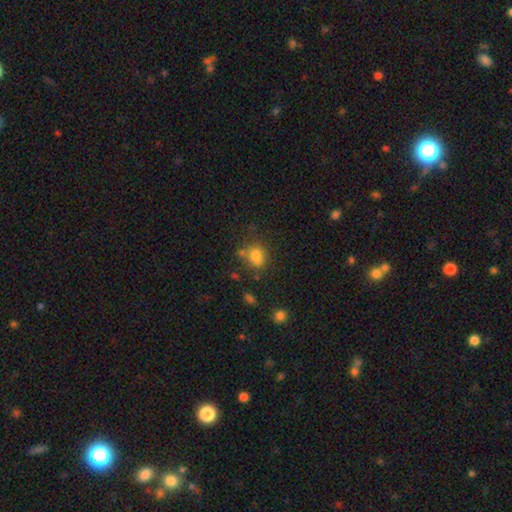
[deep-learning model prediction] smooth_or_featured: smooth (p=0.78) [alt: star or artifact p=0.13]
how_rounded: round (p=0.68) [alt: in between p=0.31]
merging: none (p=0.60) [alt: minor disturbance p=0.18]